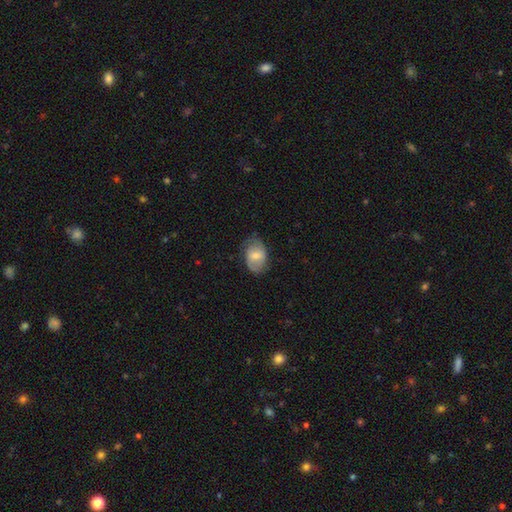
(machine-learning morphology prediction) smooth-or-featured: smooth: 53% | featured or disk: 41% | star or artifact: 7%
  how-rounded: in between: 79% | round: 19% | cigar-shaped: 1%
  merging: none: 67% | minor disturbance: 25% | major disturbance: 8% | merger: 1%